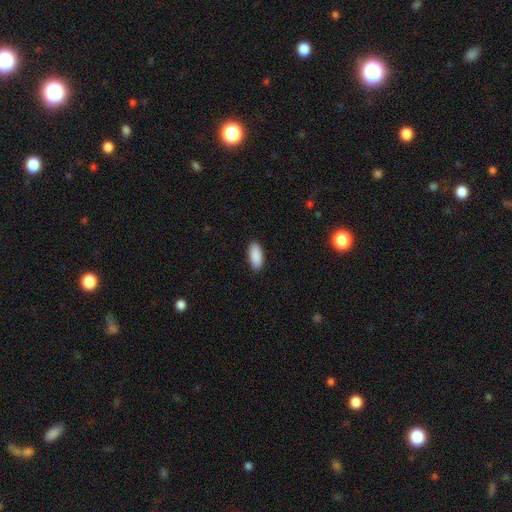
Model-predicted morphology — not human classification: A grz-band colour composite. It shows a smooth galaxy with no disk features (91%) that is in between round and cigar-shaped (90%). Merging: none (89%).